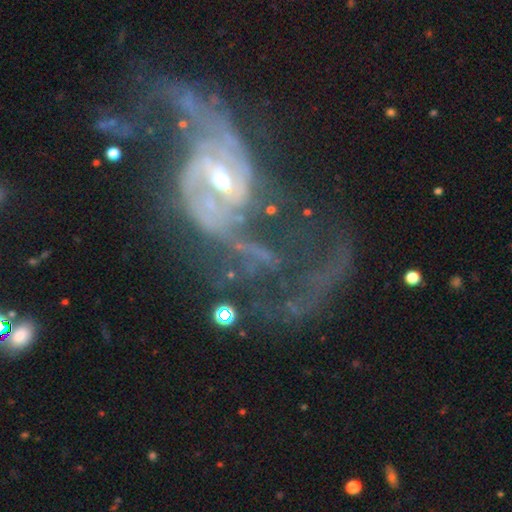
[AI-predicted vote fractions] A featured or disk galaxy (79%) with a weak bar (39%), 2 (45%) loose (39%) spiral arms (80%) and a moderate central bulge (52%). Merging: major disturbance (42%).